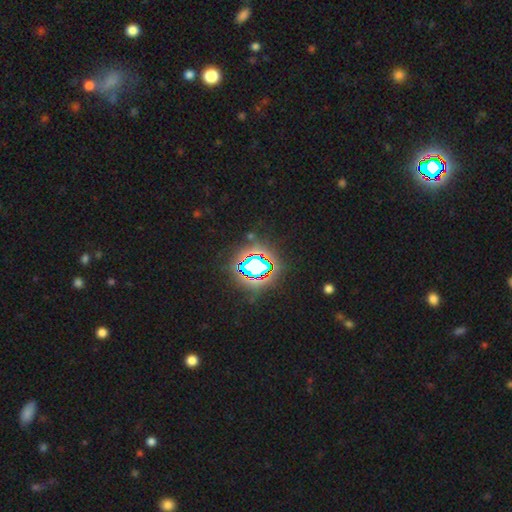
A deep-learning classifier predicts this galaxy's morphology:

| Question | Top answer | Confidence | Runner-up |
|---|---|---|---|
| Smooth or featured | star or artifact | 74% | smooth (15%) |